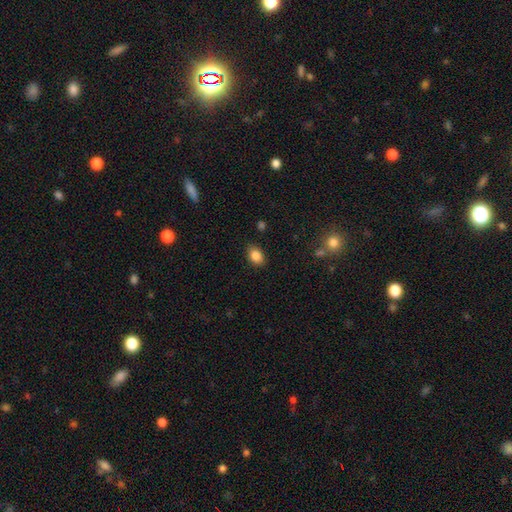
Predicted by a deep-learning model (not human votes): The model was most divided on "how rounded": in between: 74%, round: 25%, cigar-shaped: 1%. More confident: merging — none (85%); smooth or featured — smooth (85%).